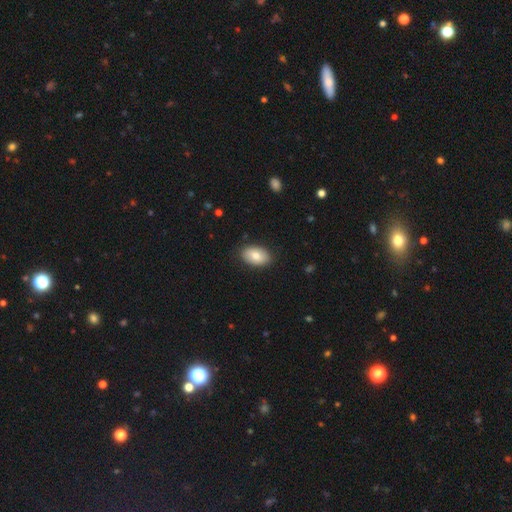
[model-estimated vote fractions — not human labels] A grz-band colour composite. It shows a smooth galaxy with no disk features (81%) that is in between round and cigar-shaped (92%). Merging: none (87%).